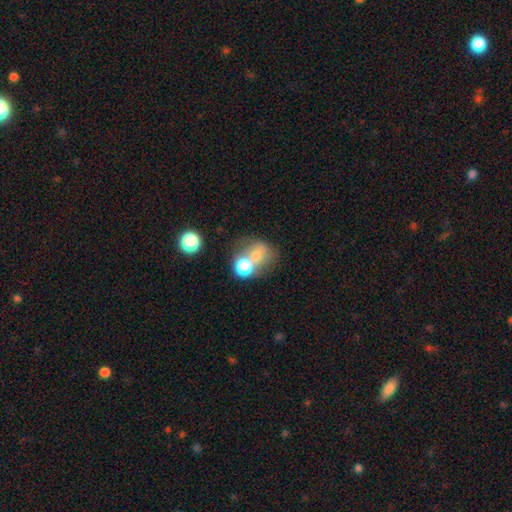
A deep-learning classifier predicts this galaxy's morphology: A smooth galaxy with no disk features (63%) that is round (60%).

Vote fractions:
- Smooth or featured? smooth: 63% / featured or disk: 22% / star or artifact: 16%
- How rounded? round: 60% / in between: 39% / cigar-shaped: 1%
- Merging? merger: 49% / none: 31% / minor disturbance: 11% / major disturbance: 9%